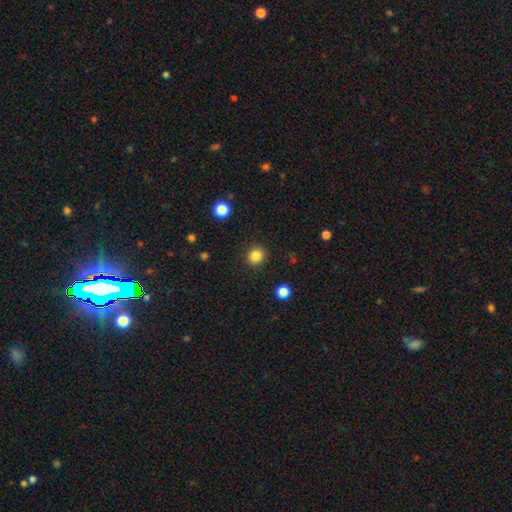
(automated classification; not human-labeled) Morphology: type=smooth (84%); roundness=round (92%); merging=none (92%).